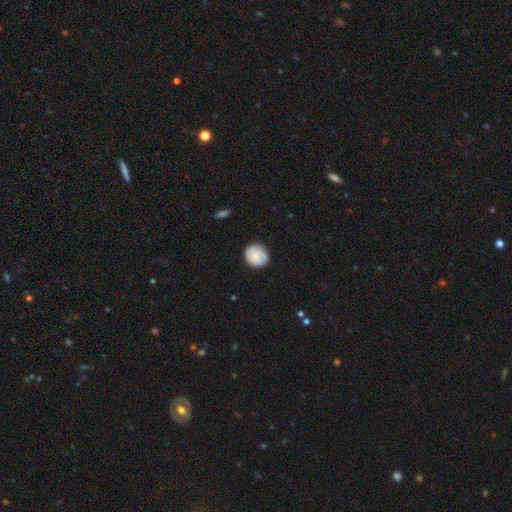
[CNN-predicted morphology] Smooth or featured?
  - smooth: 57% *
  - featured or disk: 36%
  - star or artifact: 7%
How rounded?
  - round: 83% *
  - in between: 16%
  - cigar-shaped: 1%
Merging?
  - none: 78% *
  - minor disturbance: 17%
  - major disturbance: 4%
  - merger: 1%